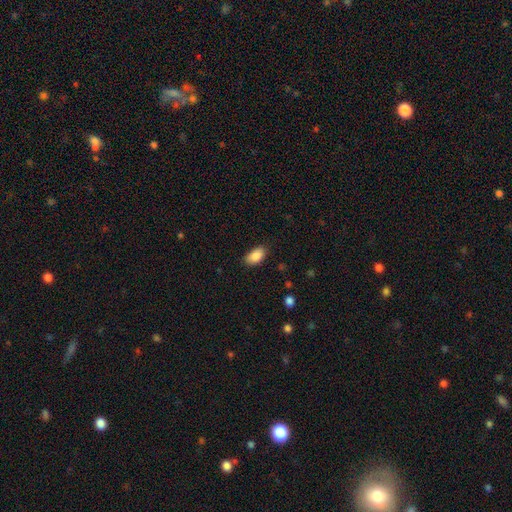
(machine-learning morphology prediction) smooth_or_featured: smooth (p=0.88) [alt: star or artifact p=0.07]
how_rounded: in between (p=0.93) [alt: round p=0.05]
merging: none (p=0.82) [alt: minor disturbance p=0.14]